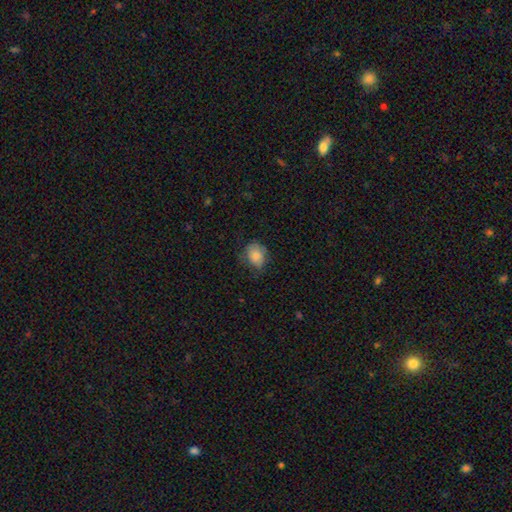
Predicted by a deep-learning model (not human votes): A smooth galaxy with no disk features (79%) that is in between round and cigar-shaped (55%). Merging: none (62%).